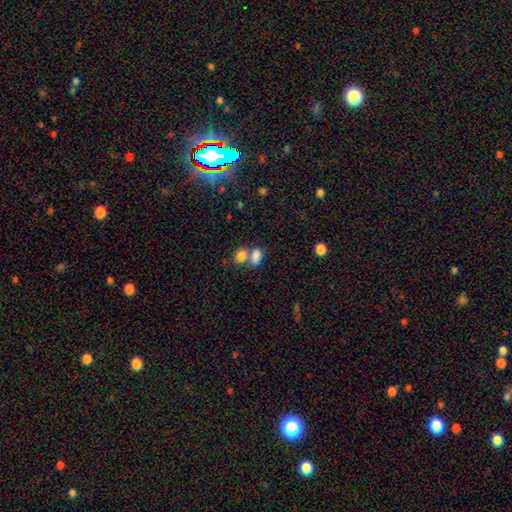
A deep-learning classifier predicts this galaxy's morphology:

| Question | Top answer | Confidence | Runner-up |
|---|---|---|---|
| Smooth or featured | smooth | 82% | star or artifact (10%) |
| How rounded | in between | 85% | round (13%) |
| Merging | merger | 57% | none (31%) |